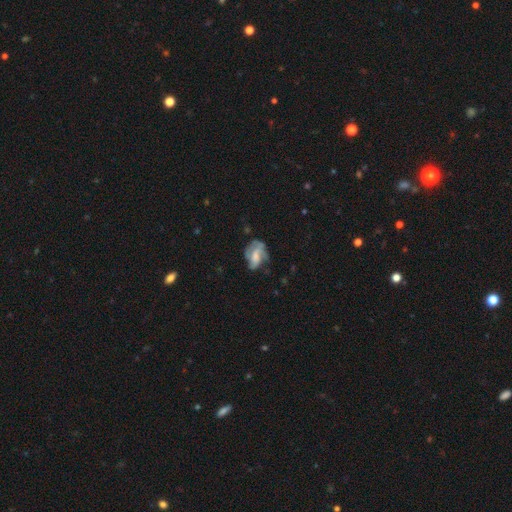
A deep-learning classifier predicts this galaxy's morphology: This is likely a featured or disk galaxy (60%). It is clearly not viewed edge-on (97%). Bar: possibly no (46%). Spiral arm pattern: likely yes (74%). Central bulge: marginally moderate (34%). Merging: marginally none (43%).